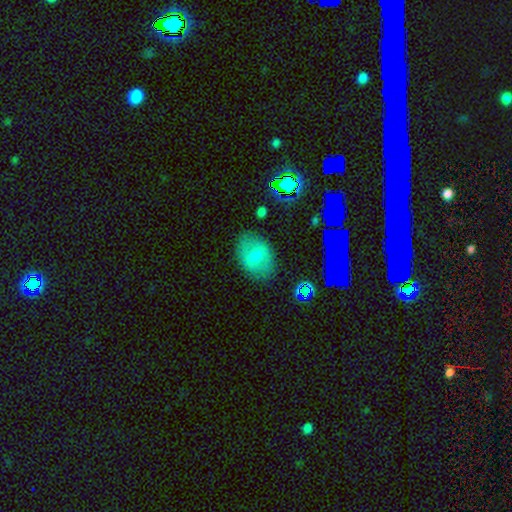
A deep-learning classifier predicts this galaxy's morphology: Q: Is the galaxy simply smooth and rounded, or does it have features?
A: smooth — 57%.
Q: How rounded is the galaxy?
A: in between — 78%.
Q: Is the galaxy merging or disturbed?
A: none — 80%.